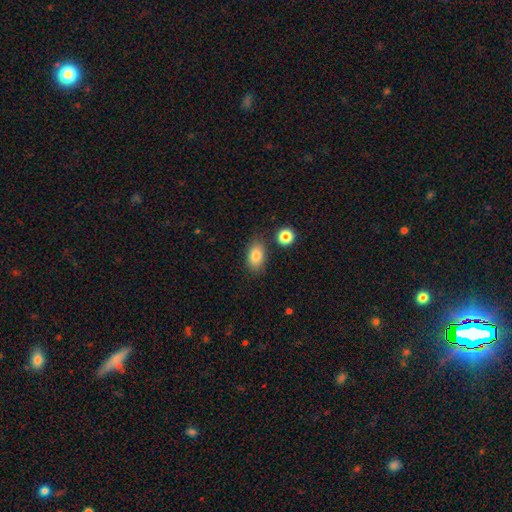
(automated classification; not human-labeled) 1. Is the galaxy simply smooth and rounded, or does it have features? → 84% smooth, 8% star or artifact, 8% featured or disk.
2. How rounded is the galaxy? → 88% in between, 10% round, 2% cigar-shaped.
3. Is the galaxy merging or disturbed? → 78% none, 14% minor disturbance, 5% merger, 3% major disturbance.